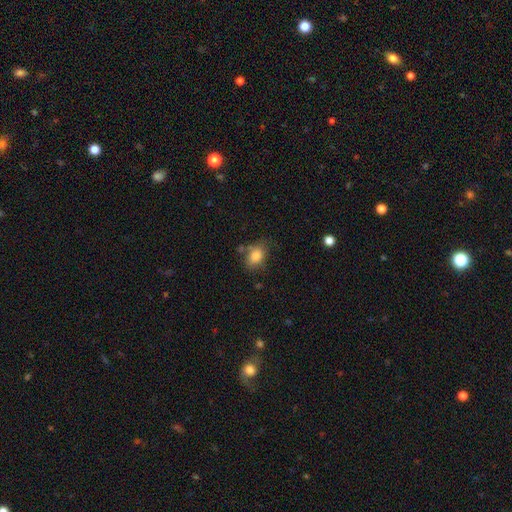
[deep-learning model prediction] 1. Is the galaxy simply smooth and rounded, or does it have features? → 82% smooth, 9% featured or disk, 9% star or artifact.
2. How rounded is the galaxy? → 71% in between, 28% round, 1% cigar-shaped.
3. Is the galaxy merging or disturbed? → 63% none, 23% minor disturbance, 8% merger, 7% major disturbance.